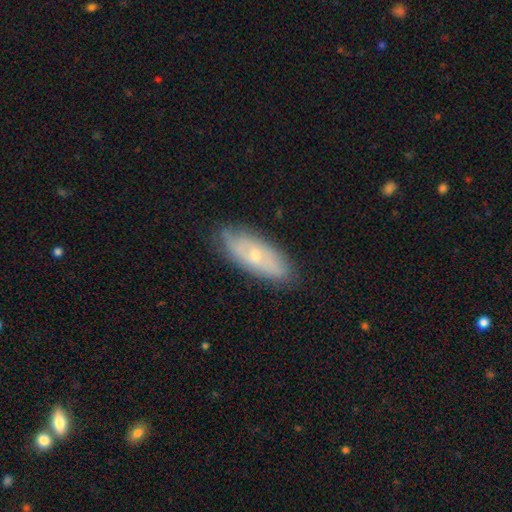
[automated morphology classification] This is possibly a featured or disk galaxy (53%). It is likely not viewed edge-on (77%). Merging: clearly none (80%).